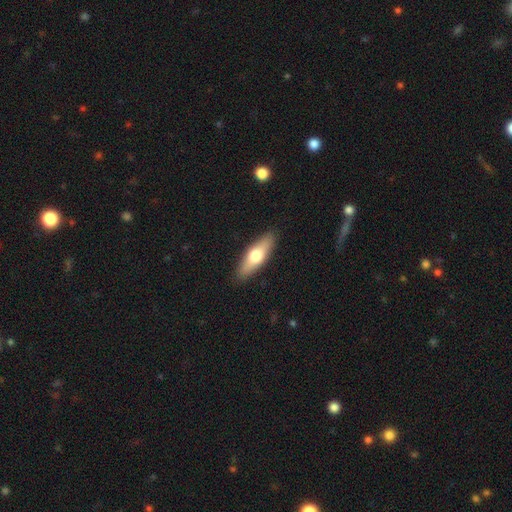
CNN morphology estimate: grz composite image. It shows a smooth galaxy with no disk features (60%) that is in between round and cigar-shaped (50%). Merging: none (89%).